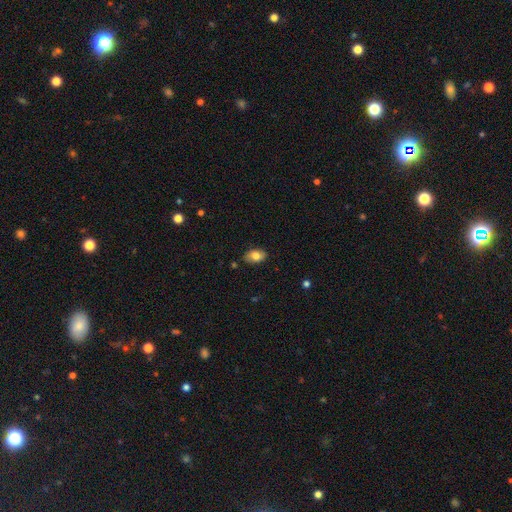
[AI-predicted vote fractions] This appears to be a smooth galaxy with no disk features (80%) that is in between round and cigar-shaped (89%). Merging: none (84%).